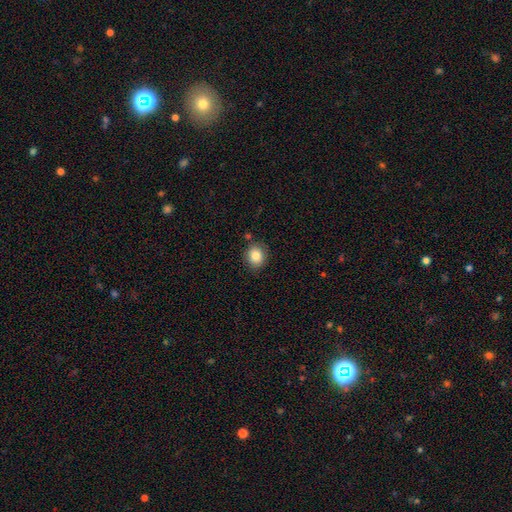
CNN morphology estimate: A smooth galaxy with no disk features (85%) that is round (68%). Merging: none (84%).